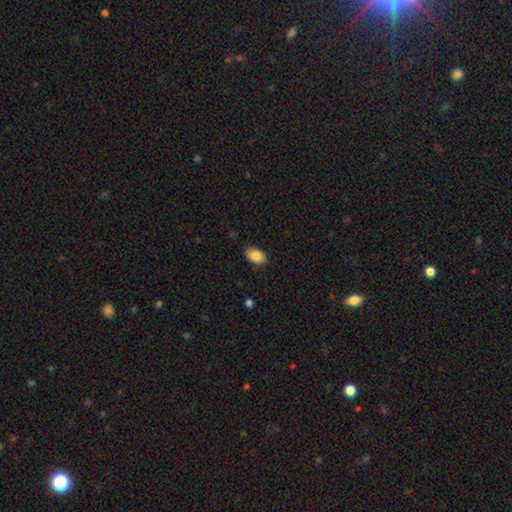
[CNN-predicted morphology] This is clearly a smooth galaxy (88%). How rounded: clearly in between (92%). Merging: clearly none (88%).